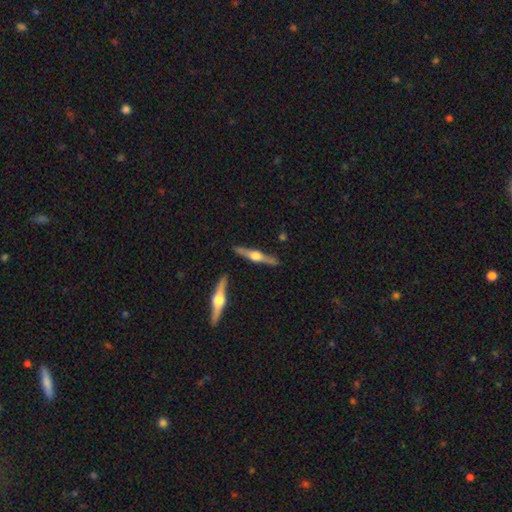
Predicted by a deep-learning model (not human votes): Smooth or featured? featured or disk (81%)
Edge-on disk? yes (98%)
Edge-on bulge? rounded (95%)
Merging? none (88%)